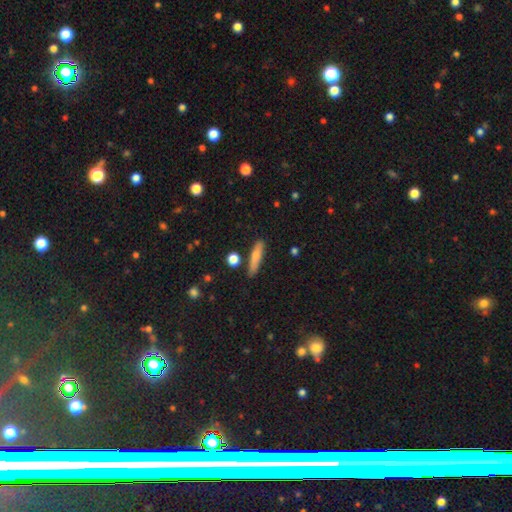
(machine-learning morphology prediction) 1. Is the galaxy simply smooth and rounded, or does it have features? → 69% smooth, 24% featured or disk, 7% star or artifact.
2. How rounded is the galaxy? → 79% cigar-shaped, 18% in between, 3% round.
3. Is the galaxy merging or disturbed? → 79% none, 13% minor disturbance, 4% merger, 3% major disturbance.